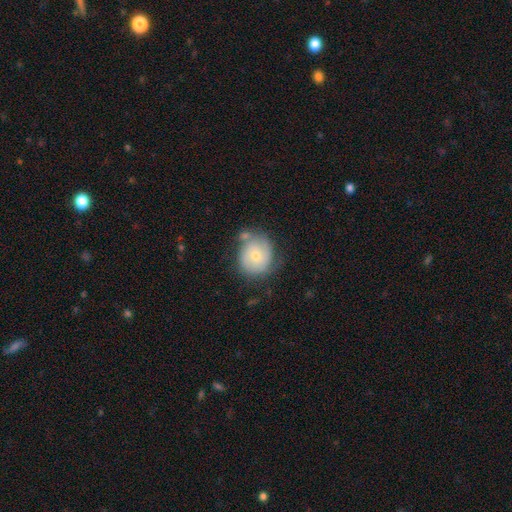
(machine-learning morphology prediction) Smooth or featured?
  - featured or disk: 49% *
  - smooth: 44%
  - star or artifact: 7%
Merging?
  - none: 54% *
  - minor disturbance: 25%
  - merger: 12%
  - major disturbance: 9%